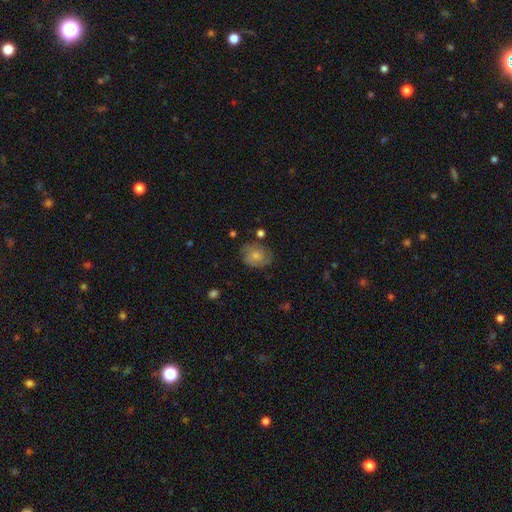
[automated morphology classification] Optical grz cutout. It shows a smooth galaxy with no disk features (60%) that is round (52%). Merging: none (64%).